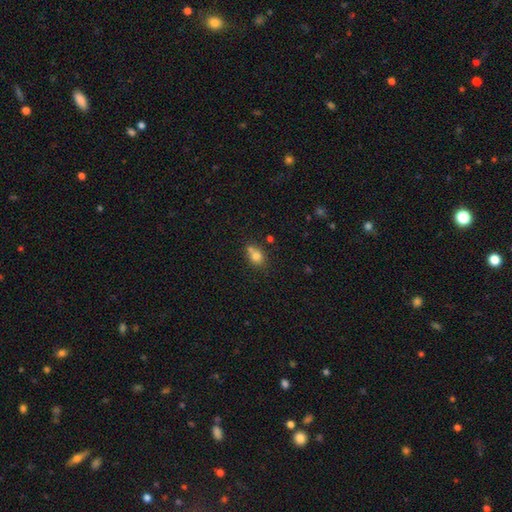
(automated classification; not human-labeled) The model was most divided on "merging": none: 46%, merger: 36%, minor disturbance: 13%, major disturbance: 5%. More confident: smooth or featured — smooth (77%); how rounded — round (55%).